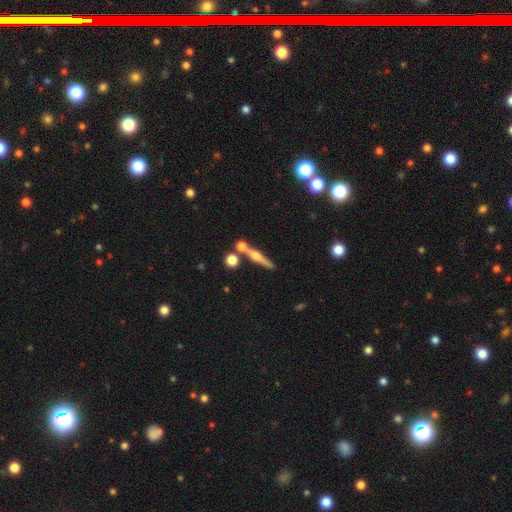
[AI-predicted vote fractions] Q: Smooth or featured?
A: featured or disk (67%); runner-up: smooth (24%)
Q: Edge-on disk?
A: yes (95%); runner-up: no (5%)
Q: Edge-on bulge?
A: rounded (90%); runner-up: boxy (5%)
Q: Merging?
A: none (72%); runner-up: merger (15%)